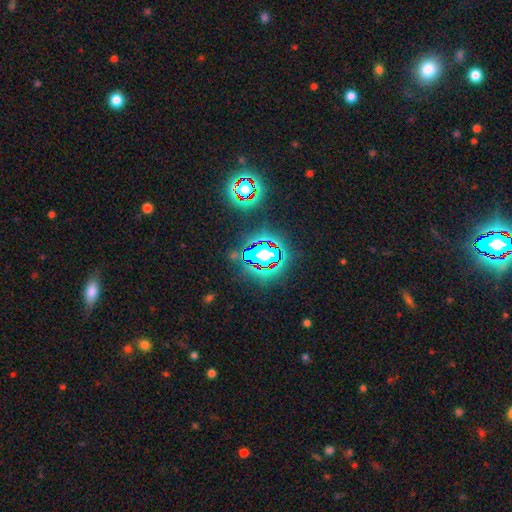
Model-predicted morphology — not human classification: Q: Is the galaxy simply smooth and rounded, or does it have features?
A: star or artifact — 81%.